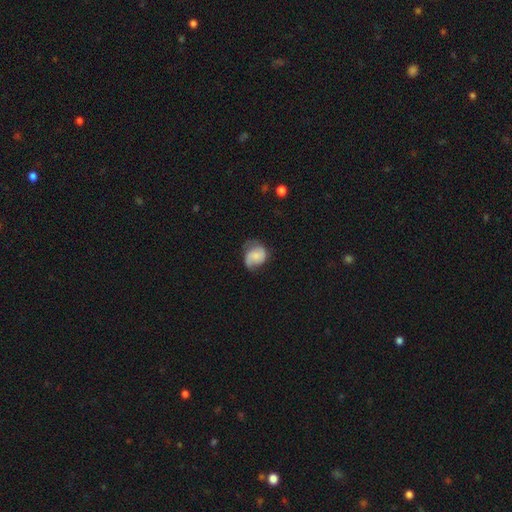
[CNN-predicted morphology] Smooth or featured?
  - featured or disk: 48% *
  - smooth: 45%
  - star or artifact: 7%
Merging?
  - none: 49% *
  - minor disturbance: 32%
  - major disturbance: 17%
  - merger: 2%